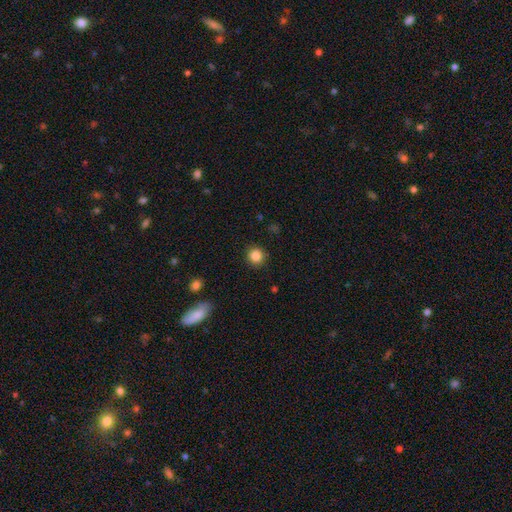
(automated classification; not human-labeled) This appears to be a smooth galaxy with no disk features (86%) that is round (91%). Merging: none (90%).